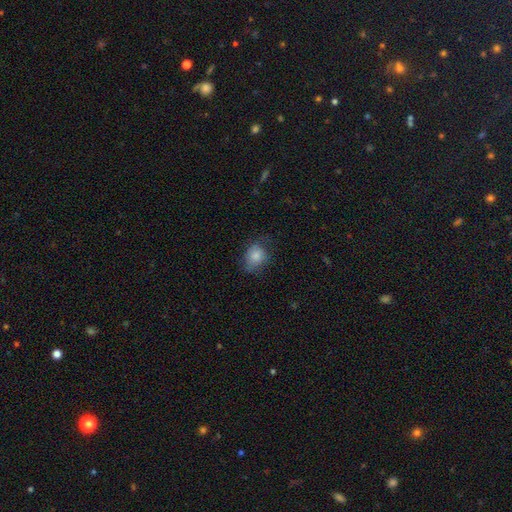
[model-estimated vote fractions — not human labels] smooth_or_featured: smooth (p=0.80) [alt: featured or disk p=0.11]
how_rounded: round (p=0.53) [alt: in between p=0.46]
merging: none (p=0.59) [alt: minor disturbance p=0.28]